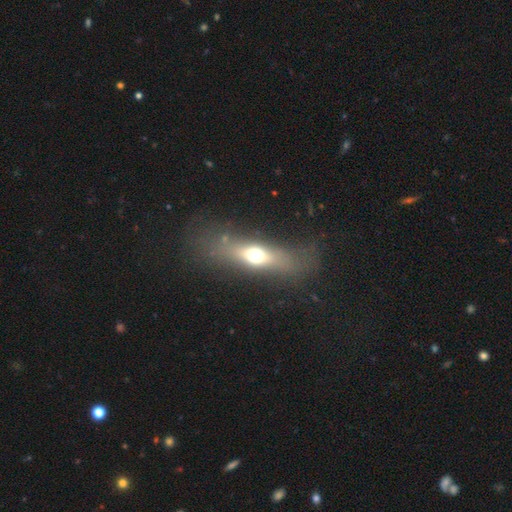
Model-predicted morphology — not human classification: type=smooth (48%); merging=none (73%).